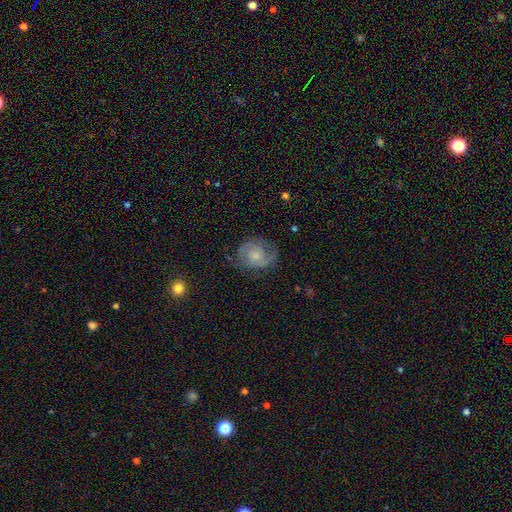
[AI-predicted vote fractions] Smooth or featured? Predicted: featured or disk (p=0.65). Edge-on disk? Predicted: no (p=0.98). Bar? Predicted: no (p=0.73). Spiral arms? Predicted: yes (p=0.88). Spiral winding? Predicted: medium (p=0.44). Spiral arm count? Predicted: 2 (p=0.77). Bulge size? Predicted: small (p=0.51). Merging? Predicted: none (p=0.67).